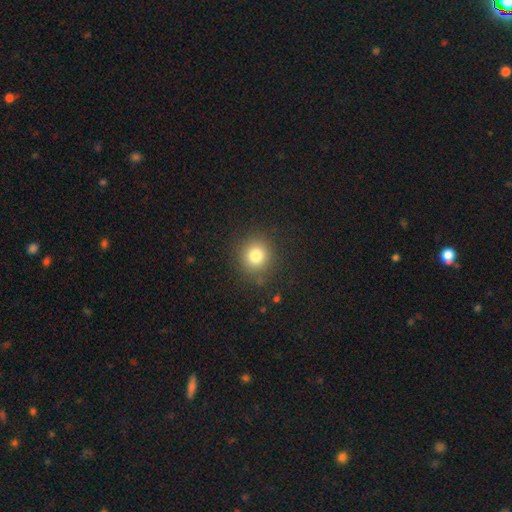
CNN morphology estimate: smooth 80%, star or artifact 13%, featured or disk 8%. Down the decision tree: how rounded — round (87%); merging — none (87%).